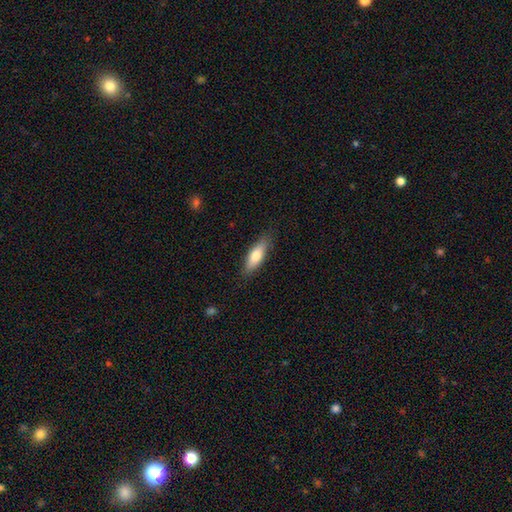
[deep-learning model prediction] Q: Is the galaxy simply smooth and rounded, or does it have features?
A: smooth — 73%.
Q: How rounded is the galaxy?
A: in between — 54%.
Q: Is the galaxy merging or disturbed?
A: none — 85%.